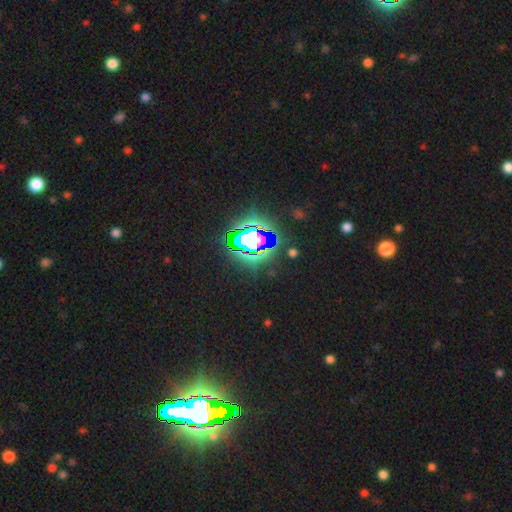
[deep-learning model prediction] A star or artifact, not a galaxy (85%).